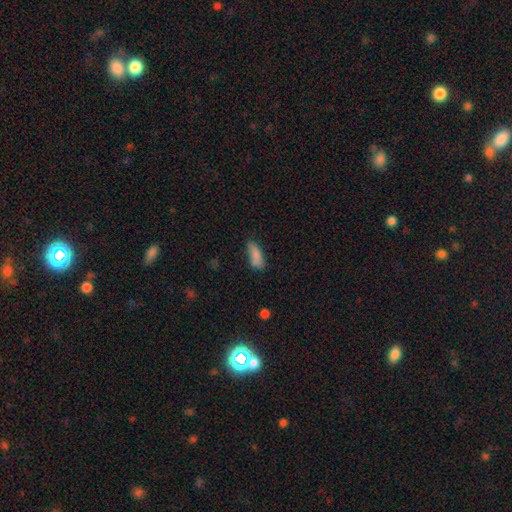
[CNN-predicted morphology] Smooth or featured? Predicted: smooth (p=0.81). How rounded? Predicted: in between (p=0.67). Merging? Predicted: none (p=0.52).